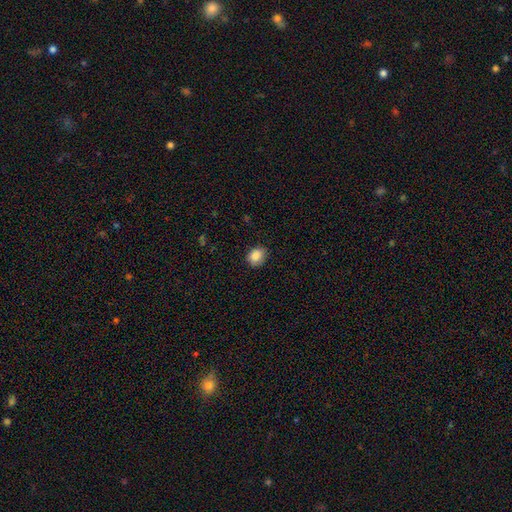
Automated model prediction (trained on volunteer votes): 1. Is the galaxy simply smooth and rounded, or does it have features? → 86% smooth, 9% star or artifact, 5% featured or disk.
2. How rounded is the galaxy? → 50% round, 49% in between, 1% cigar-shaped.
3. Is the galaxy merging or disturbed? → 73% none, 22% minor disturbance, 4% major disturbance, 1% merger.